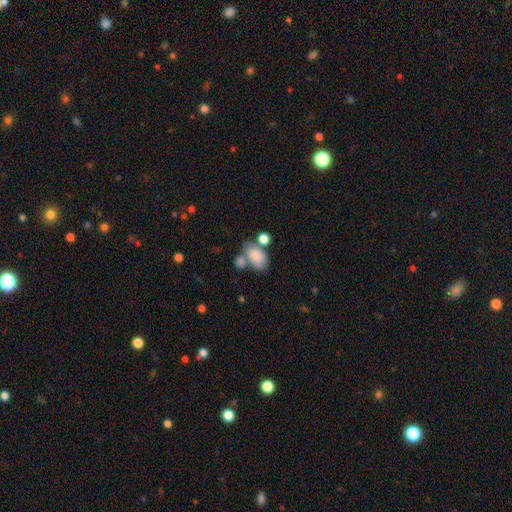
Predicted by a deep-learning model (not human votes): A smooth galaxy with no disk features (80%) that is in between round and cigar-shaped (85%). Merging: merger (38%).